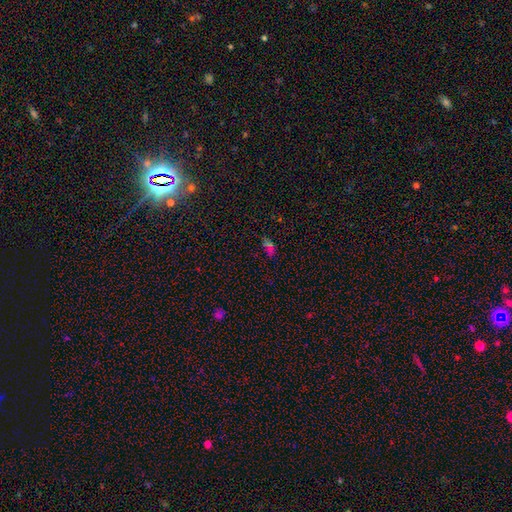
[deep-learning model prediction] A star or artifact, not a galaxy (47%).

Vote fractions:
- Smooth or featured? star or artifact: 47% / smooth: 42% / featured or disk: 10%